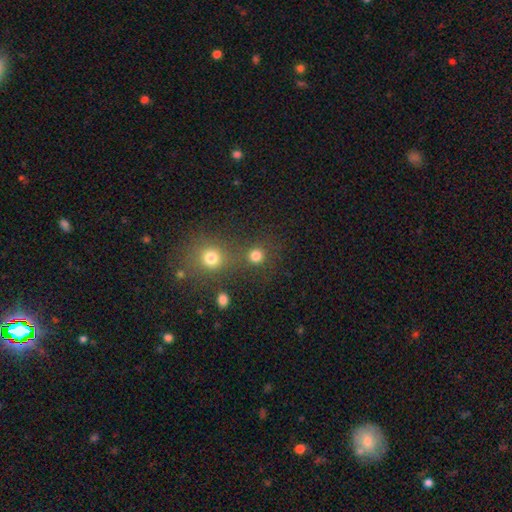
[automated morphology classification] A smooth galaxy with no disk features (80%) that is round (91%).

Vote fractions:
- Smooth or featured? smooth: 80% / star or artifact: 15% / featured or disk: 6%
- How rounded? round: 91% / in between: 8% / cigar-shaped: 1%
- Merging? none: 66% / merger: 23% / minor disturbance: 7% / major disturbance: 4%